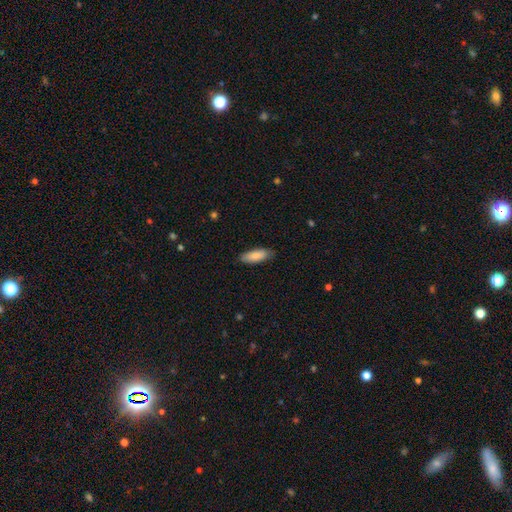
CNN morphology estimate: Q: Smooth or featured?
A: smooth (86%); runner-up: featured or disk (9%)
Q: How rounded?
A: in between (67%); runner-up: cigar-shaped (31%)
Q: Merging?
A: none (84%); runner-up: minor disturbance (13%)